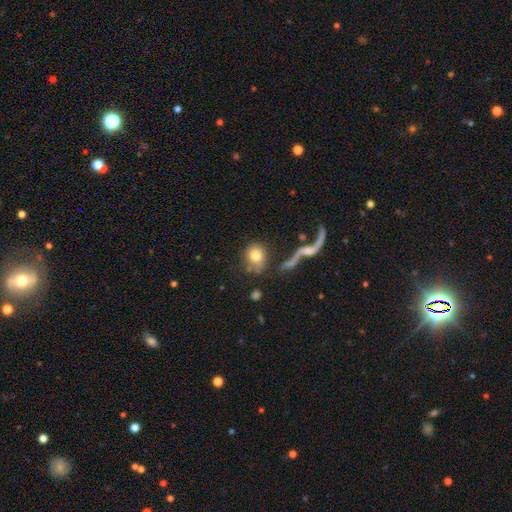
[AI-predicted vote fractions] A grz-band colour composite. It shows a smooth galaxy with no disk features (75%) that is round (74%). Merging: none (60%).